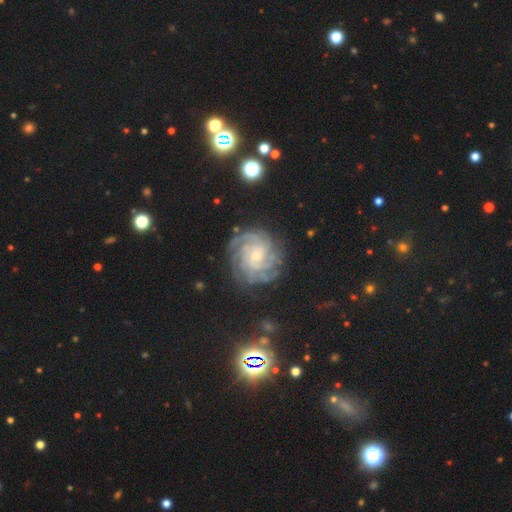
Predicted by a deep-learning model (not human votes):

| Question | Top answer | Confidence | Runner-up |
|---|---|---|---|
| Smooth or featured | featured or disk | 87% | star or artifact (7%) |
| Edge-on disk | no | 98% | yes (2%) |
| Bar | no | 69% | weak (25%) |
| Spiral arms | yes | 98% | no (2%) |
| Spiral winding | tight | 75% | medium (21%) |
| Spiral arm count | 4 | 25% | can't tell (22%) |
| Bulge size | small | 73% | moderate (22%) |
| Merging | none | 79% | minor disturbance (14%) |